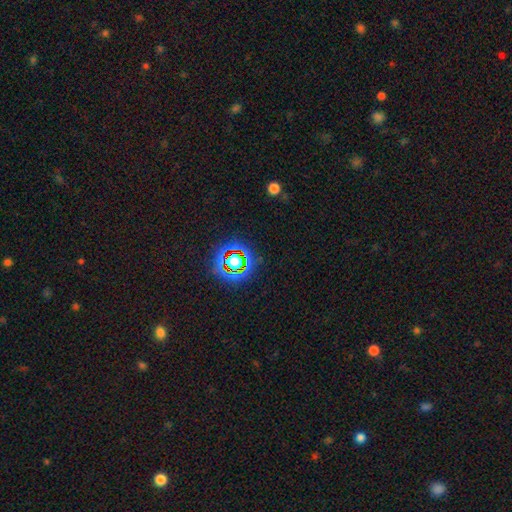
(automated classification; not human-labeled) A star or artifact, not a galaxy (64%).